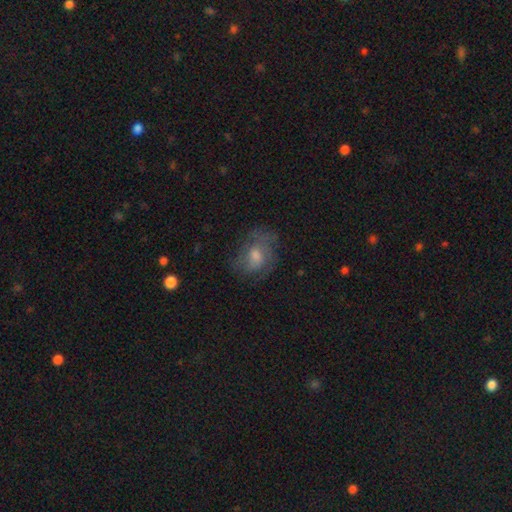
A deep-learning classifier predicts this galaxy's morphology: Smooth or featured: featured or disk — 46% (smooth — 42%)
Merging: none — 60% (minor disturbance — 22%)